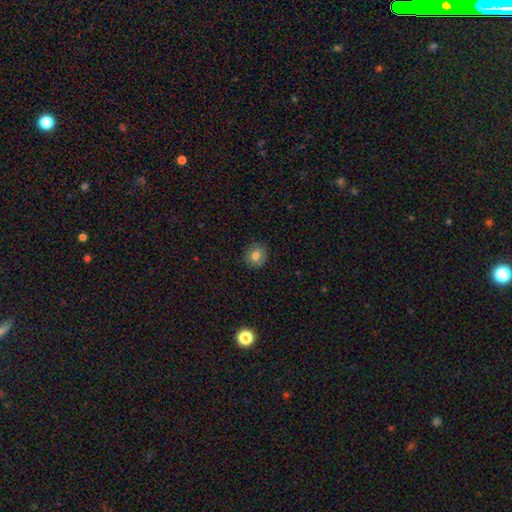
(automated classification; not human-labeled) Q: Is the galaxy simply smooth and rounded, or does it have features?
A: smooth — 78%.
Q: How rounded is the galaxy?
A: round — 83%.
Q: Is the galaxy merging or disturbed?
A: none — 84%.